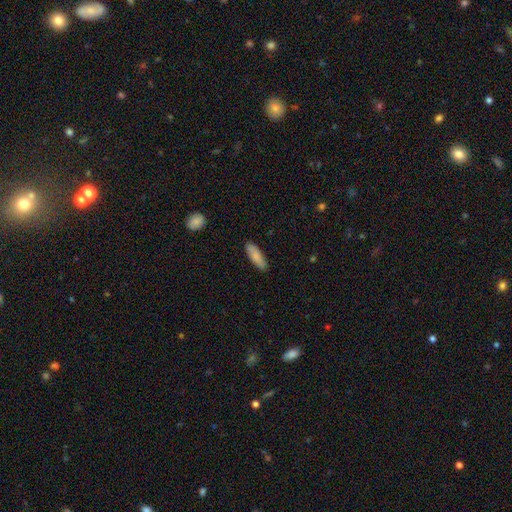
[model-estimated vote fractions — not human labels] Morphology: type=smooth (85%); roundness=in between (53%); merging=none (86%).